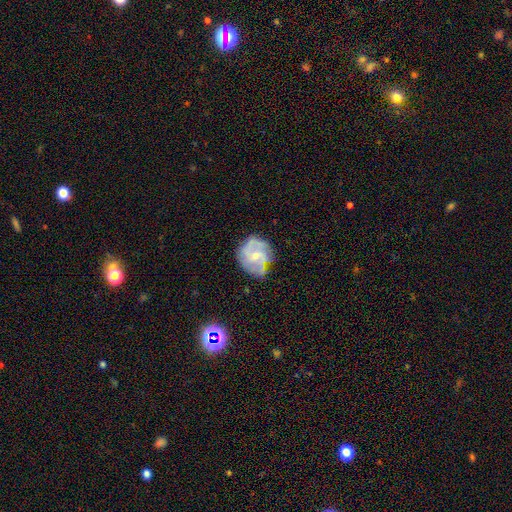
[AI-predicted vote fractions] The model was most divided on "spiral arm count": can't tell: 33%, 2: 31%, 3: 20%, 4: 7%, 1: 5%, more than 4: 4%. Remaining: edge-on disk — no (98%); spiral arms — yes (77%); smooth or featured — featured or disk (68%); bar — no (64%); merging — none (62%); bulge size — small (55%); spiral winding — medium (42%).